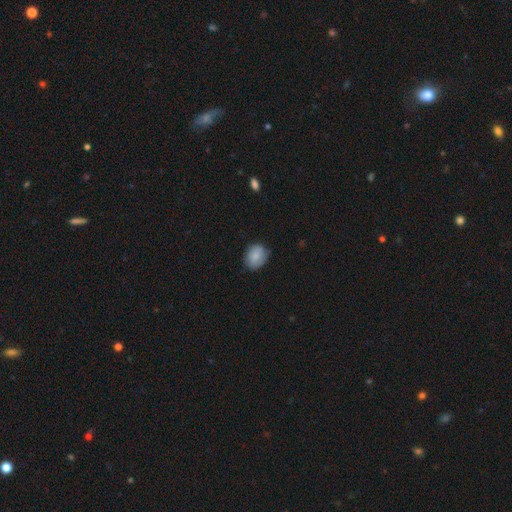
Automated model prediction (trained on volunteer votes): This is clearly a smooth galaxy (82%). How rounded: possibly round (51%). Merging: likely none (76%).